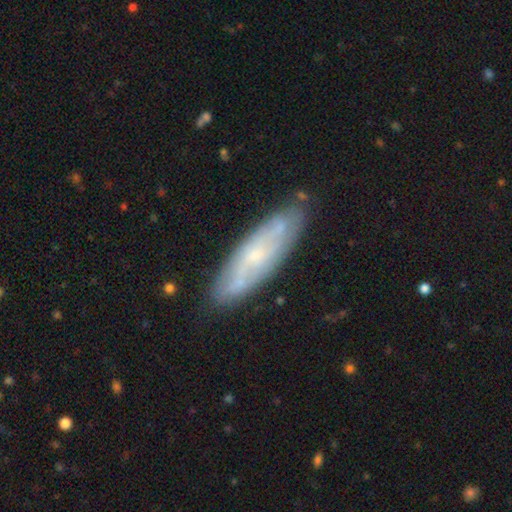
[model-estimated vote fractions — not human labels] This is likely a featured or disk galaxy (61%). It is likely not viewed edge-on (70%). Merging: likely none (80%).